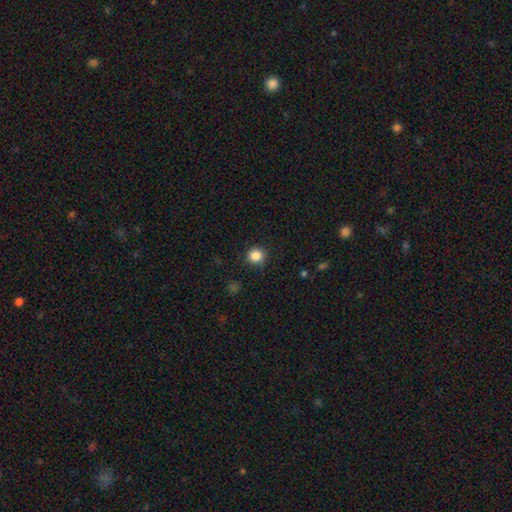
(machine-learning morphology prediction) type=smooth (86%); roundness=round (92%); merging=none (89%).